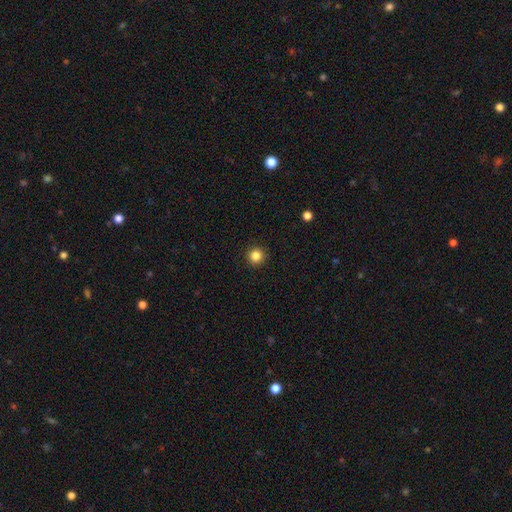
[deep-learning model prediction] Q: Smooth or featured?
A: smooth (84%); runner-up: star or artifact (12%)
Q: How rounded?
A: round (96%); runner-up: in between (3%)
Q: Merging?
A: none (93%); runner-up: minor disturbance (4%)